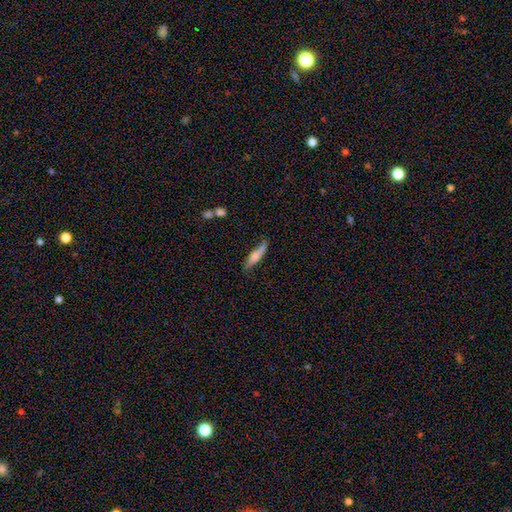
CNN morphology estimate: This appears to be a smooth galaxy with no disk features (61%) that is cigar-shaped (76%). Merging: none (59%).